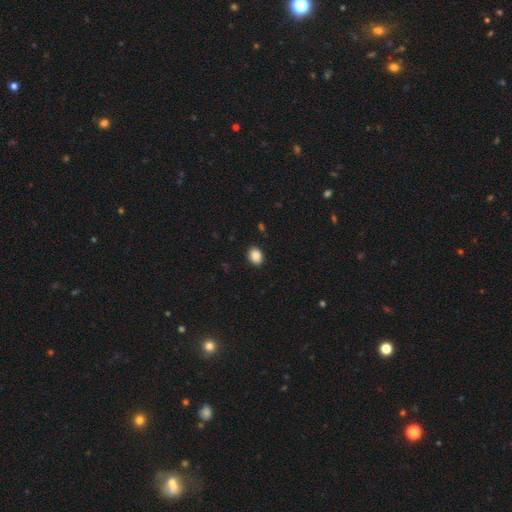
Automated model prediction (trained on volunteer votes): The model was most divided on "how rounded": in between: 60%, round: 39%, cigar-shaped: 1%. More confident: merging — none (90%); smooth or featured — smooth (89%).